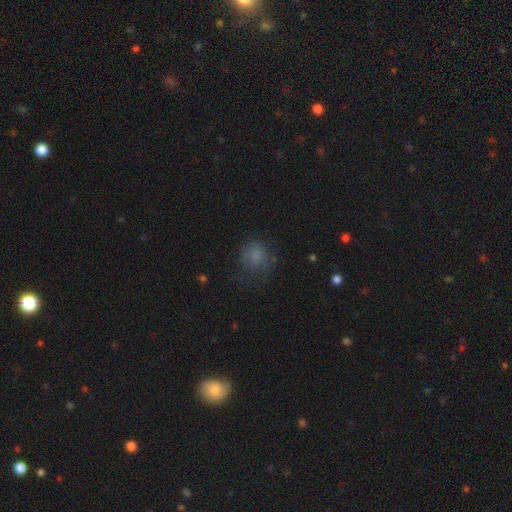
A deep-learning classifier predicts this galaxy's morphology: Smooth or featured? Predicted: smooth (p=0.73). How rounded? Predicted: round (p=0.77). Merging? Predicted: none (p=0.58).